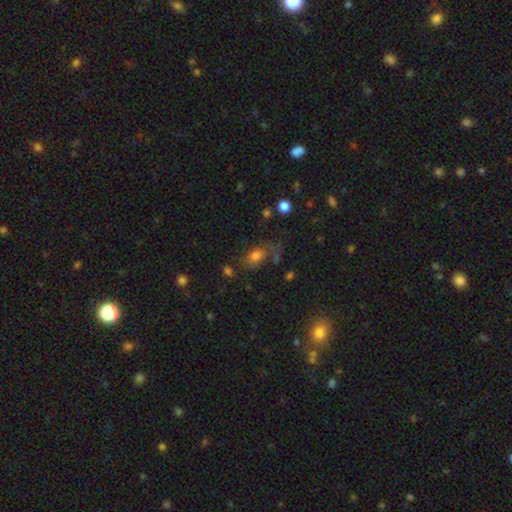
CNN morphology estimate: Overall: smooth (72%). How rounded: in between (73%). Merging: none (54%; minor disturbance 21%).